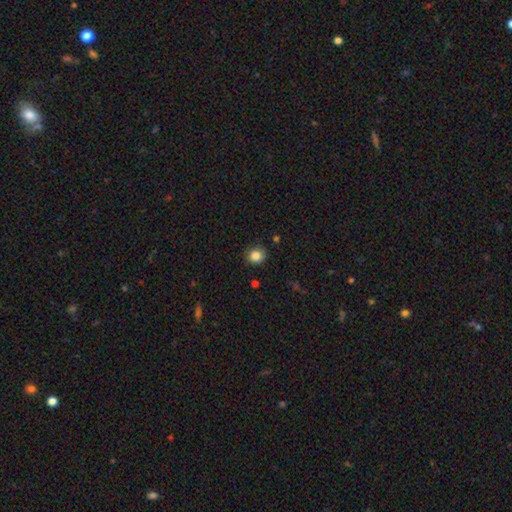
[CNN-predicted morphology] The model was most divided on "how rounded": round: 77%, in between: 22%, cigar-shaped: 1%. More confident: merging — none (86%); smooth or featured — smooth (85%).